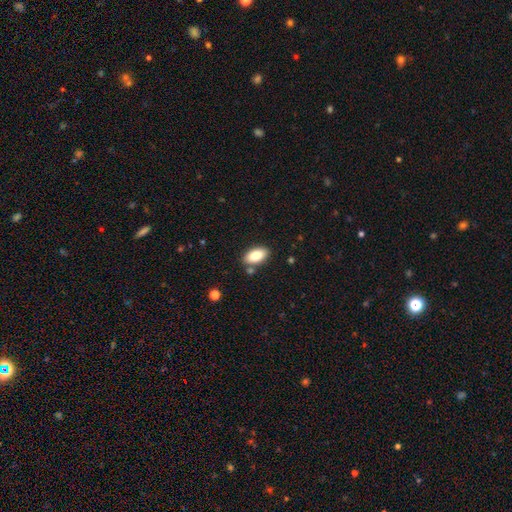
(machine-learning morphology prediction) Smooth or featured? smooth (83%)
How rounded? in between (92%)
Merging? none (82%)